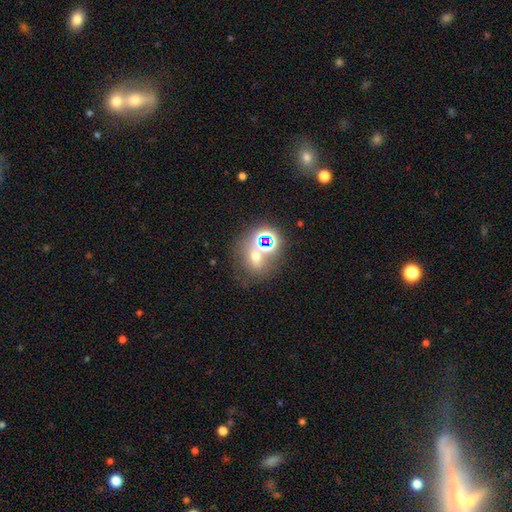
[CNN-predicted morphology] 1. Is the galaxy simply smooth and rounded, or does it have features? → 45% smooth, 38% star or artifact, 17% featured or disk.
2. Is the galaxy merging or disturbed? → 52% none, 29% merger, 11% minor disturbance, 8% major disturbance.